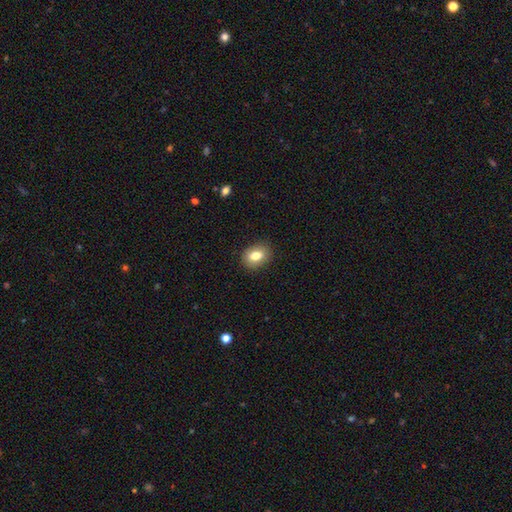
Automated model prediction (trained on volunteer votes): smooth_or_featured: smooth (p=0.80) [alt: featured or disk p=0.12]
how_rounded: in between (p=0.69) [alt: round p=0.30]
merging: none (p=0.88) [alt: minor disturbance p=0.09]